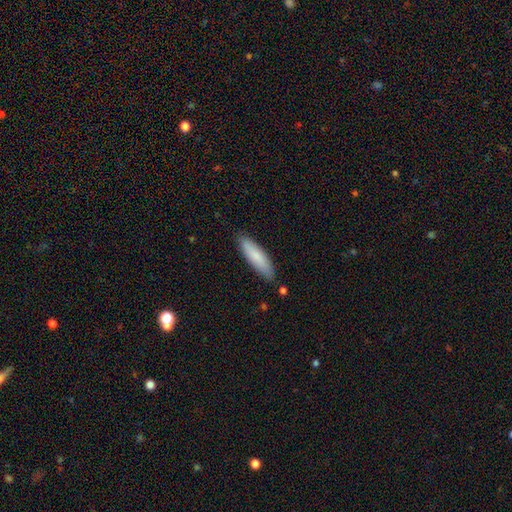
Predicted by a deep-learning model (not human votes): A smooth galaxy with no disk features (82%) that is cigar-shaped (67%).

Vote fractions:
- Smooth or featured? smooth: 82% / featured or disk: 13% / star or artifact: 6%
- How rounded? cigar-shaped: 67% / in between: 32% / round: 1%
- Merging? none: 85% / minor disturbance: 12% / major disturbance: 2% / merger: 2%